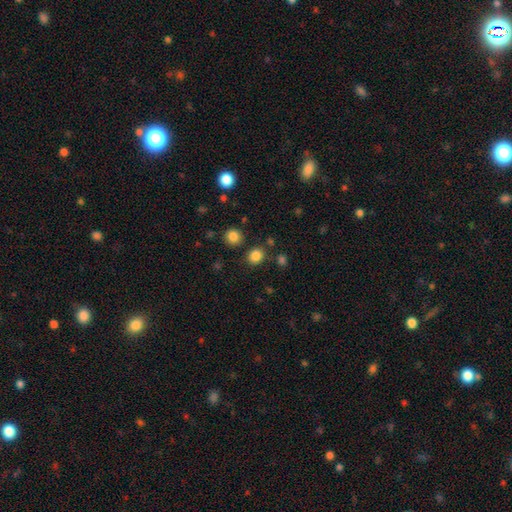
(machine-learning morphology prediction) type=smooth (83%); roundness=round (76%); merging=none (82%).